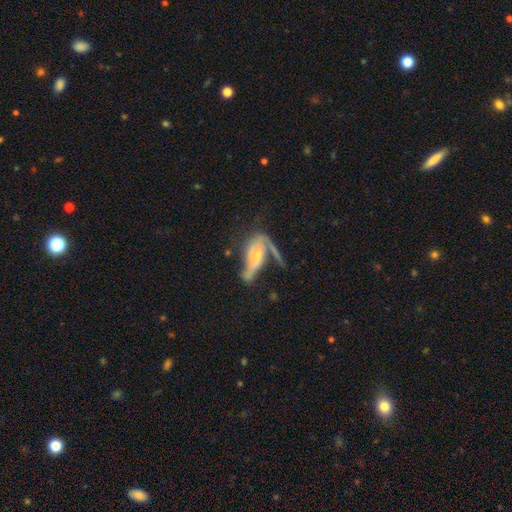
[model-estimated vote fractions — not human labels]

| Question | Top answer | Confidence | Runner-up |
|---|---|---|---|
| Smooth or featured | featured or disk | 65% | smooth (28%) |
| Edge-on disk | no | 84% | yes (16%) |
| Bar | no | 65% | weak (24%) |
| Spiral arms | yes | 71% | no (29%) |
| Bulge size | small | 50% | moderate (41%) |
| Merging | major disturbance | 34% | none (27%) |